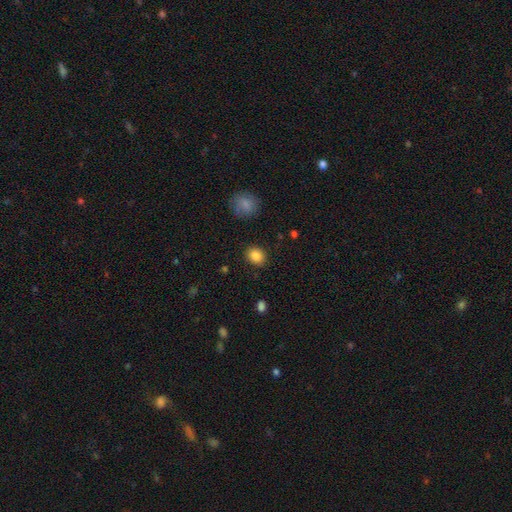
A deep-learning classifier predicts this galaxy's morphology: Smooth or featured? Predicted: smooth (p=0.86). How rounded? Predicted: round (p=0.62). Merging? Predicted: none (p=0.88).